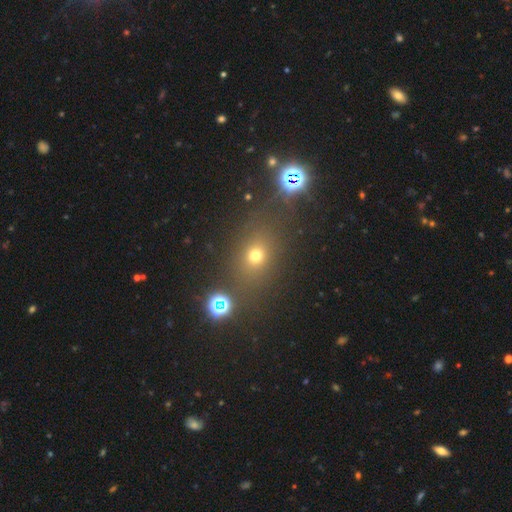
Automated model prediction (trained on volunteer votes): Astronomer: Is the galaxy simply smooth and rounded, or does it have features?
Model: smooth — 63%.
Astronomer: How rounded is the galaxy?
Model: round — 55% (runner-up: in between, 42%).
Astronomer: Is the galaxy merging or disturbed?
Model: none — 75%.